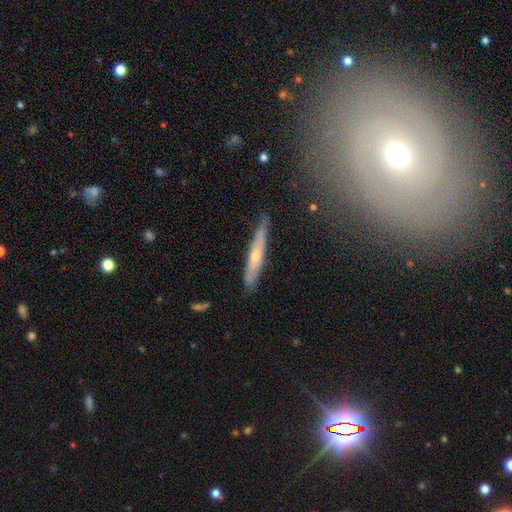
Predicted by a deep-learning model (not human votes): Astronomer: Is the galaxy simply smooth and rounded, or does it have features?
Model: featured or disk — 52% (runner-up: smooth, 42%).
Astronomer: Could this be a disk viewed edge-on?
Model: yes — 87%.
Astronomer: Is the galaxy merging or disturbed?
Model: none — 82%.